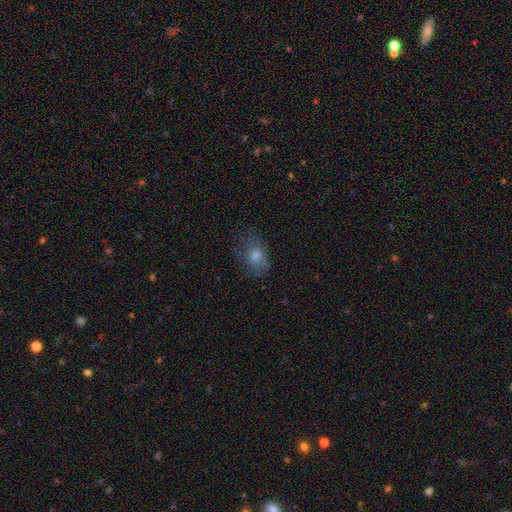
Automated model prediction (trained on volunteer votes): Overall: smooth (65%). How rounded: in between (60%; round 38%). Merging: none (63%; minor disturbance 24%).